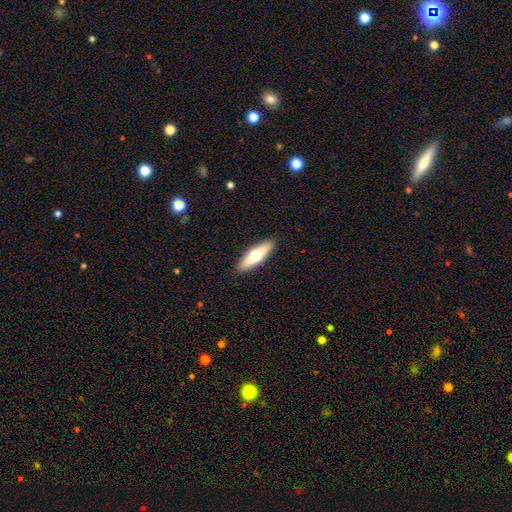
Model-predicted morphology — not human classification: A smooth galaxy with no disk features (56%) that is cigar-shaped (55%).

Vote fractions:
- Smooth or featured? smooth: 56% / featured or disk: 39% / star or artifact: 6%
- How rounded? cigar-shaped: 55% / in between: 43% / round: 2%
- Merging? none: 90% / minor disturbance: 7% / major disturbance: 2% / merger: 1%